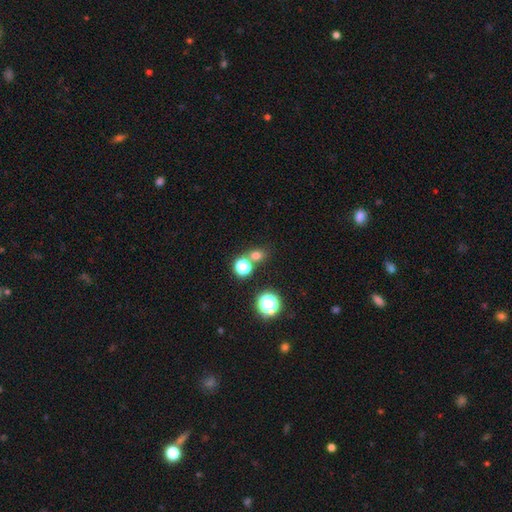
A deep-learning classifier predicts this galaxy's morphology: A smooth galaxy with no disk features (69%) that is round (69%). Merging: none (64%).